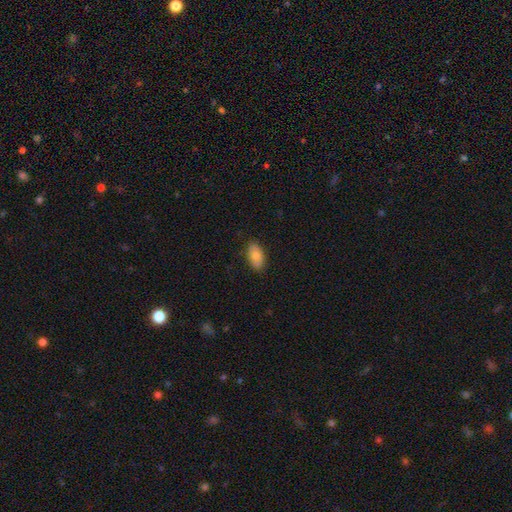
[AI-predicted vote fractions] Smooth or featured? smooth (80%)
How rounded? in between (93%)
Merging? none (86%)